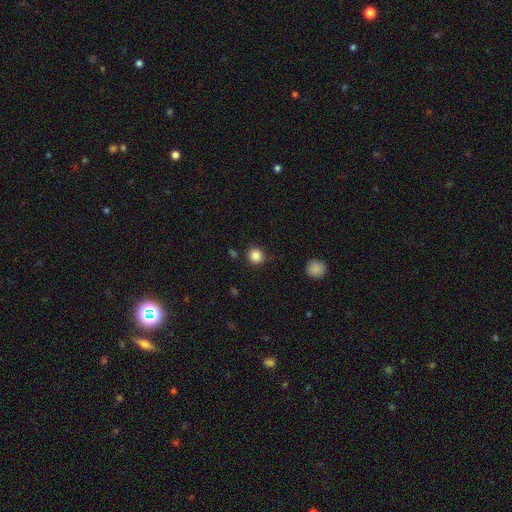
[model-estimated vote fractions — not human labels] Smooth or featured? Predicted: smooth (p=0.86). How rounded? Predicted: round (p=0.89). Merging? Predicted: none (p=0.85).